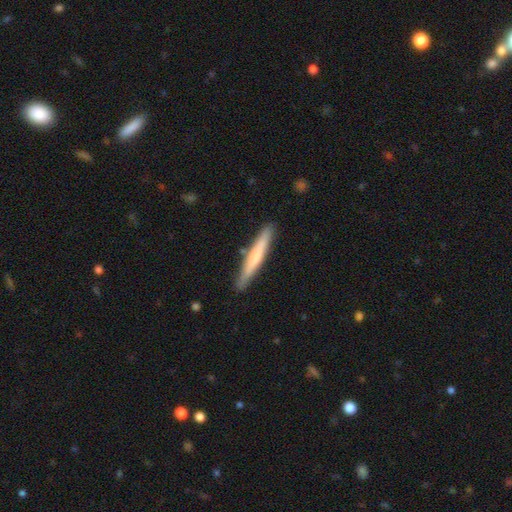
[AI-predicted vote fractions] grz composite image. It shows a smooth galaxy with no disk features (60%) that is cigar-shaped (96%). Merging: none (86%).